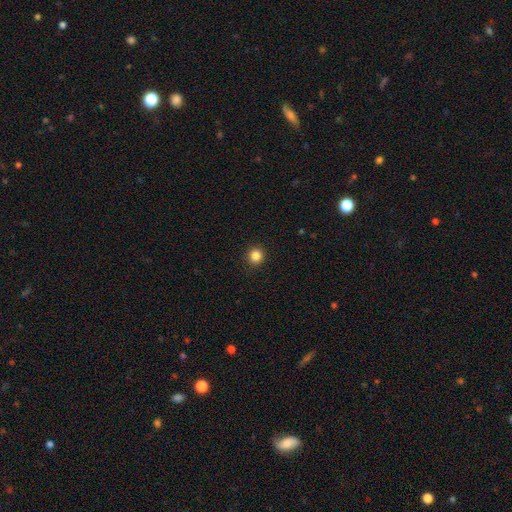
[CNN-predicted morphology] type=smooth (85%); roundness=round (93%); merging=none (93%).